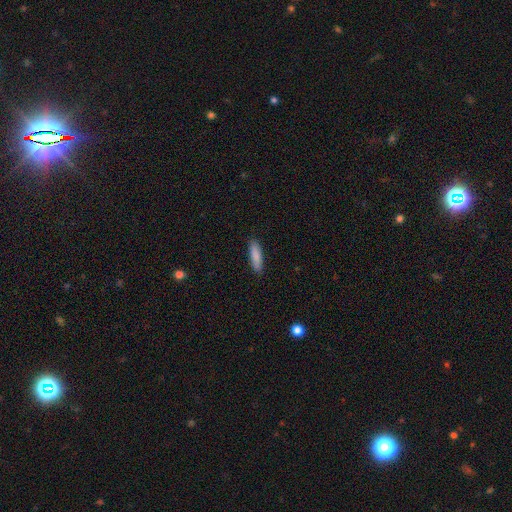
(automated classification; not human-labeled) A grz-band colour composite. It shows a smooth galaxy with no disk features (86%) that is cigar-shaped (67%). Merging: none (89%).